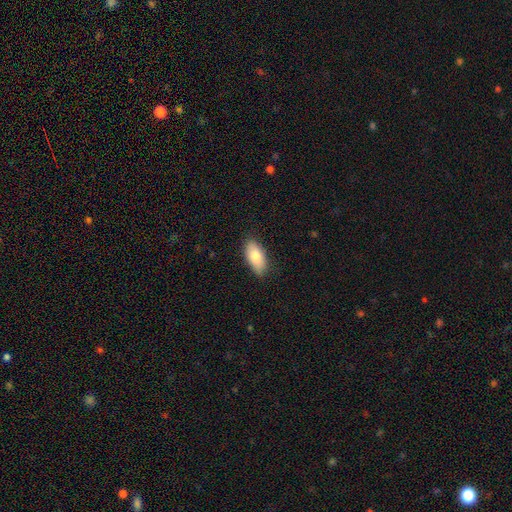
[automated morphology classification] Smooth or featured: smooth — 81% (featured or disk — 13%)
How rounded: in between — 90% (cigar-shaped — 7%)
Merging: none — 84% (minor disturbance — 12%)